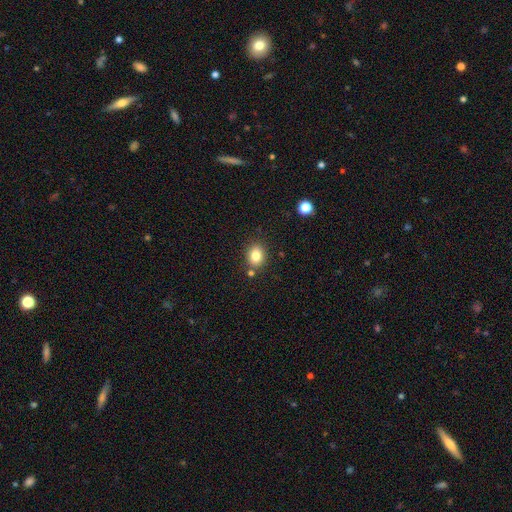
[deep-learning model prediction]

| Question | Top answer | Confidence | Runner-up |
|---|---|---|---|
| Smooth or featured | smooth | 83% | star or artifact (10%) |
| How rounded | in between | 51% | round (49%) |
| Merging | none | 80% | minor disturbance (11%) |